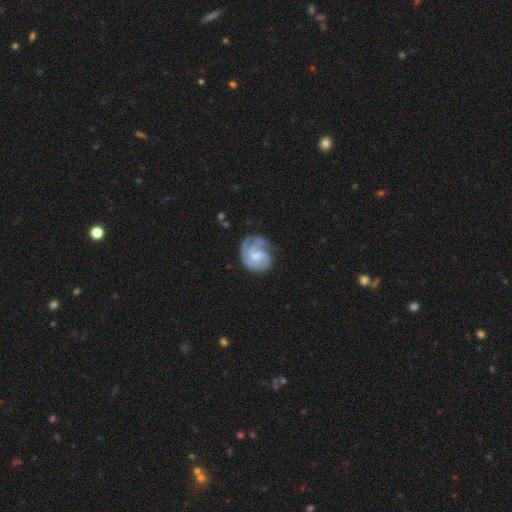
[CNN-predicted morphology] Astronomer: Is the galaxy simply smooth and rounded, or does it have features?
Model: featured or disk — 80%.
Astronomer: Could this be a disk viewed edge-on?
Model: no — 98%.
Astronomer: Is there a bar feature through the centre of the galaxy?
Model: no — 55% (runner-up: weak, 39%).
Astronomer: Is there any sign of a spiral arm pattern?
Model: yes — 95%.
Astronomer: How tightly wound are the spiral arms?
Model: tight — 53% (runner-up: medium, 37%).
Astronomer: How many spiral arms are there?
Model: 3 — 35% (runner-up: 2, 25%).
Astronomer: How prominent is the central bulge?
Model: small — 49% (runner-up: moderate, 32%).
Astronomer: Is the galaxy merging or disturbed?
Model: none — 61%.